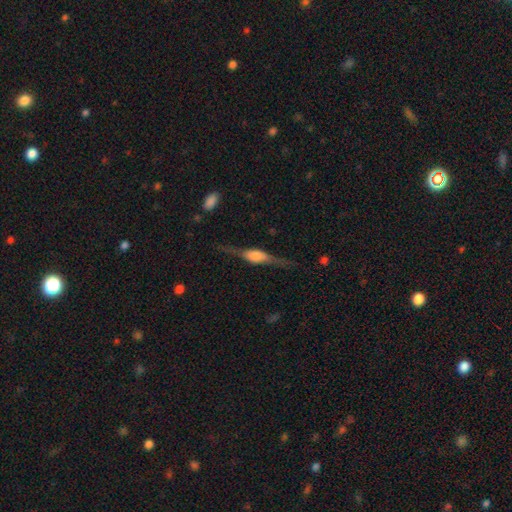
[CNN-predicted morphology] smooth-or-featured: featured or disk: 77% | smooth: 17% | star or artifact: 6%
  disk-edge-on: yes: 96% | no: 4%
    edge-on-bulge: rounded: 79% | boxy: 18% | none: 3%
  merging: none: 80% | minor disturbance: 13% | major disturbance: 5% | merger: 2%